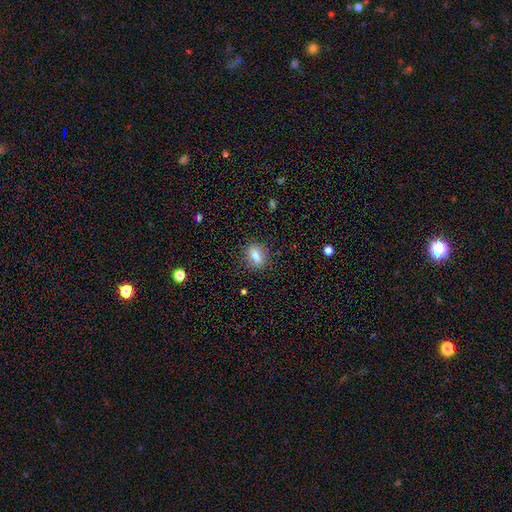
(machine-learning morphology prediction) This appears to be a smooth galaxy with no disk features (71%) that is in between round and cigar-shaped (59%). Merging: none (85%).